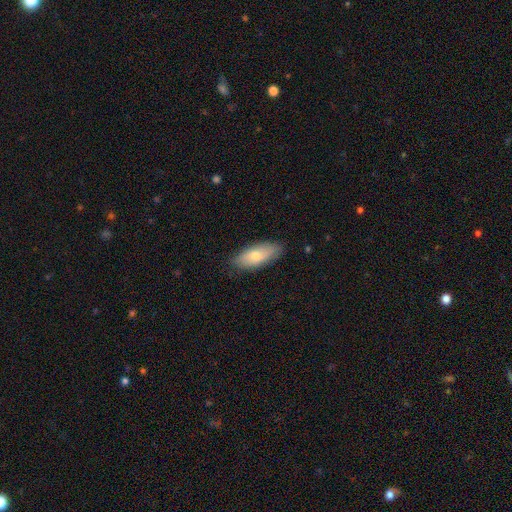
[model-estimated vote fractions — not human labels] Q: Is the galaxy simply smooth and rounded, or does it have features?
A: smooth — 71%.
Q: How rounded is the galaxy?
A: in between — 80%.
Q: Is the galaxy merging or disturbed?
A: none — 84%.